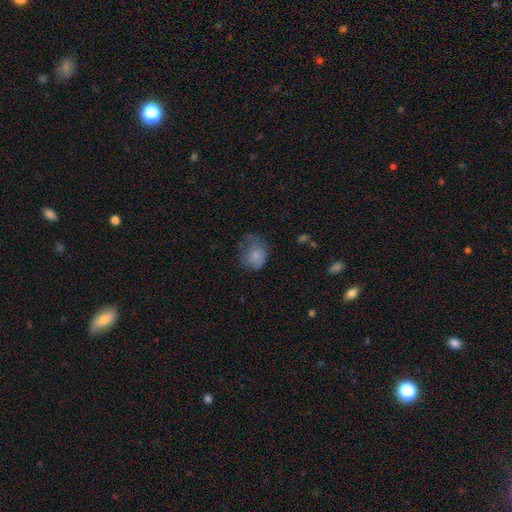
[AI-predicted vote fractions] Q: Smooth or featured?
A: smooth (76%); runner-up: featured or disk (14%)
Q: How rounded?
A: in between (50%); runner-up: round (49%)
Q: Merging?
A: minor disturbance (33%); tied with: none (33%)